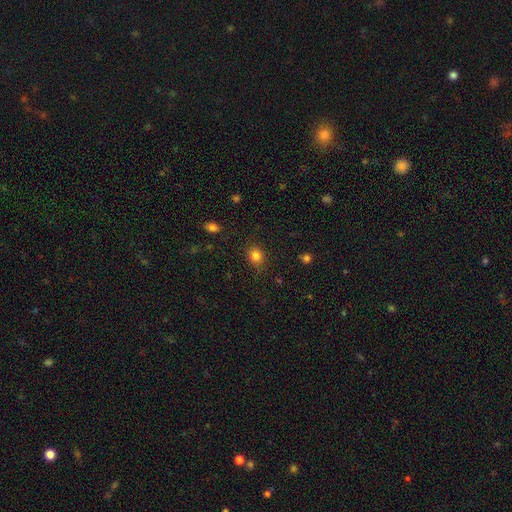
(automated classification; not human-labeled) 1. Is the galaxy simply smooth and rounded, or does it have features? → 82% smooth, 12% star or artifact, 6% featured or disk.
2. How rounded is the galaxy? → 65% round, 34% in between, 1% cigar-shaped.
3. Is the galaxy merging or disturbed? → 83% none, 12% minor disturbance, 3% major disturbance, 1% merger.